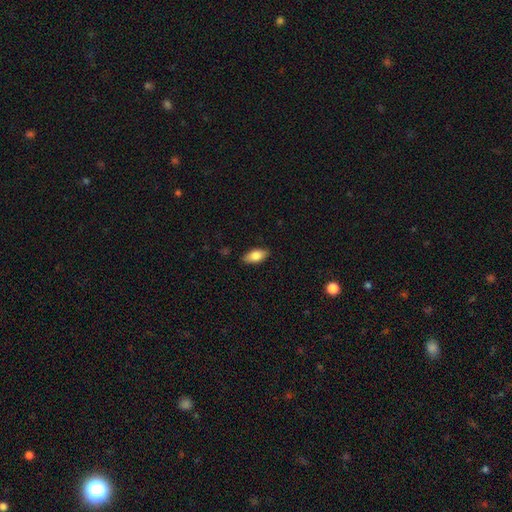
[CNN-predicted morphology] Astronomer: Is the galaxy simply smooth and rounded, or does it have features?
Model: smooth — 81%.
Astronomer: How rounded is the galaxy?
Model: in between — 89%.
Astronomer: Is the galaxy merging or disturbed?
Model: none — 87%.